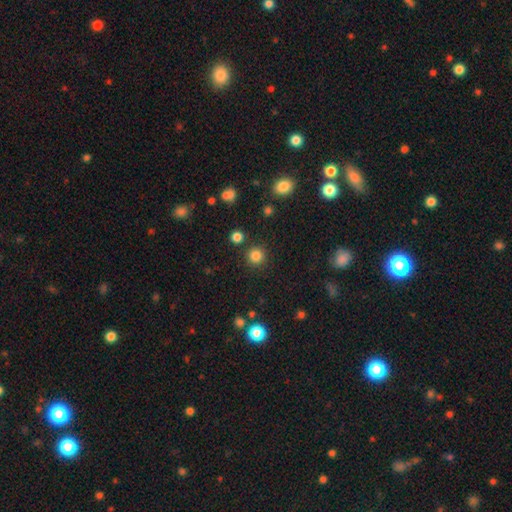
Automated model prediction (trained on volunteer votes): Smooth or featured?
  - smooth: 82% *
  - star or artifact: 14%
  - featured or disk: 4%
How rounded?
  - round: 94% *
  - in between: 5%
  - cigar-shaped: 1%
Merging?
  - none: 89% *
  - minor disturbance: 6%
  - merger: 3%
  - major disturbance: 2%